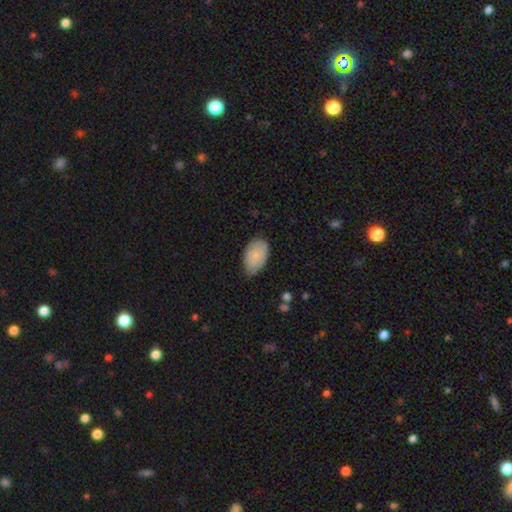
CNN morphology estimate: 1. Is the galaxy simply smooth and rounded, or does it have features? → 81% smooth, 13% featured or disk, 6% star or artifact.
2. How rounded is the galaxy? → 93% in between, 6% round, 1% cigar-shaped.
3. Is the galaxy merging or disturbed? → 63% none, 31% minor disturbance, 4% major disturbance, 1% merger.